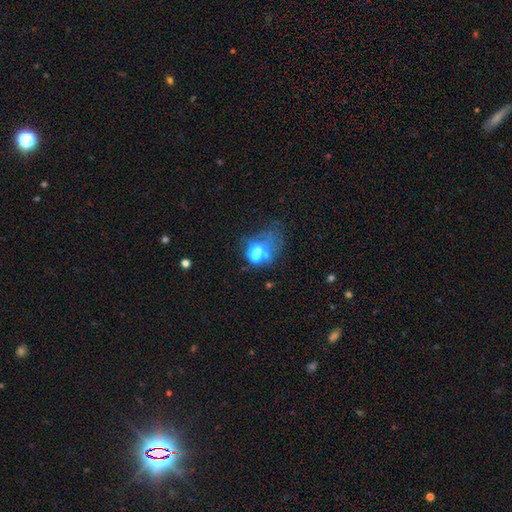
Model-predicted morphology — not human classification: smooth_or_featured: smooth (p=0.53) [alt: featured or disk p=0.29]
how_rounded: in between (p=0.52) [alt: round p=0.46]
merging: merger (p=0.34) [alt: major disturbance p=0.29]